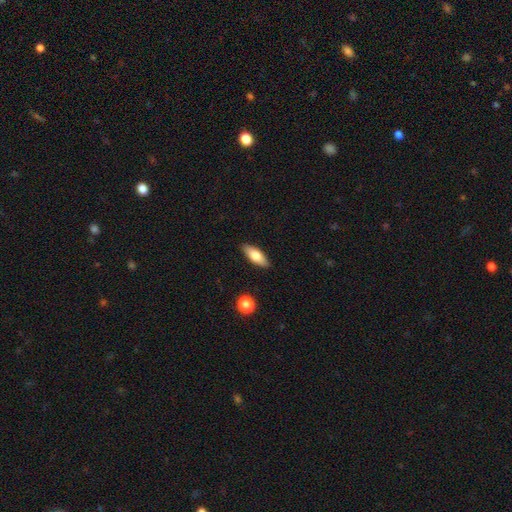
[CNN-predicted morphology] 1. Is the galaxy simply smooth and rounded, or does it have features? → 73% smooth, 21% featured or disk, 7% star or artifact.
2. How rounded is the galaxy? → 72% in between, 25% cigar-shaped, 3% round.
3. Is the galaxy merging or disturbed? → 88% none, 9% minor disturbance, 2% major disturbance, 1% merger.